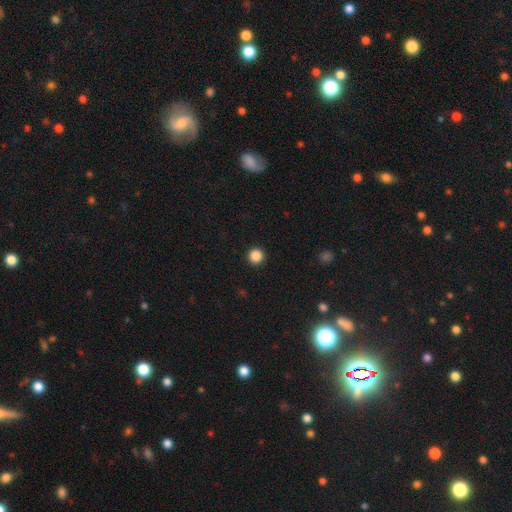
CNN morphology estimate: The model was most divided on "smooth or featured": smooth: 87%, star or artifact: 10%, featured or disk: 3%. More confident: how rounded — round (96%); merging — none (93%).